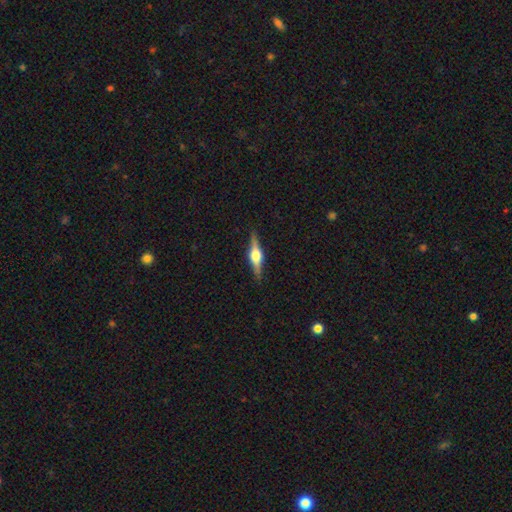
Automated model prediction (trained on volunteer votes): Smooth or featured? featured or disk (79%)
Edge-on disk? yes (98%)
Edge-on bulge? rounded (93%)
Merging? none (90%)